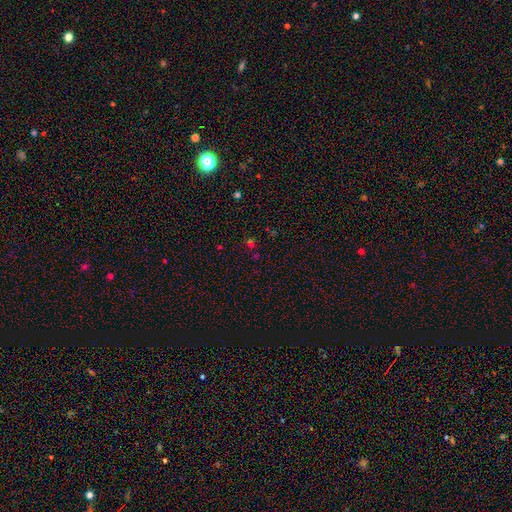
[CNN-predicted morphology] A star or artifact, not a galaxy (47%).

Vote fractions:
- Smooth or featured? star or artifact: 47% / smooth: 45% / featured or disk: 8%